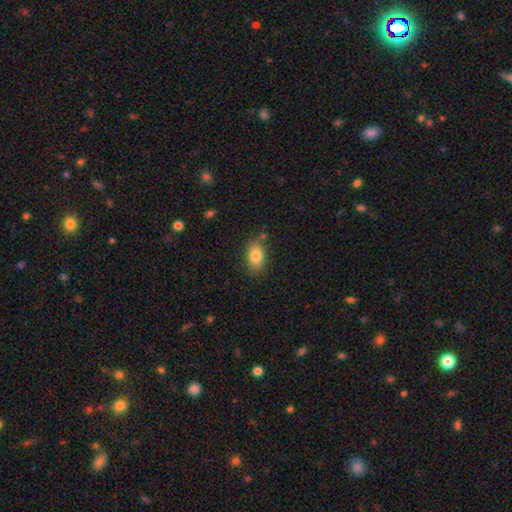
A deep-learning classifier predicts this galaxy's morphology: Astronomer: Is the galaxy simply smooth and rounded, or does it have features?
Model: smooth — 82%.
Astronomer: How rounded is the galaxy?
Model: in between — 86%.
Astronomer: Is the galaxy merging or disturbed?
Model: none — 78%.